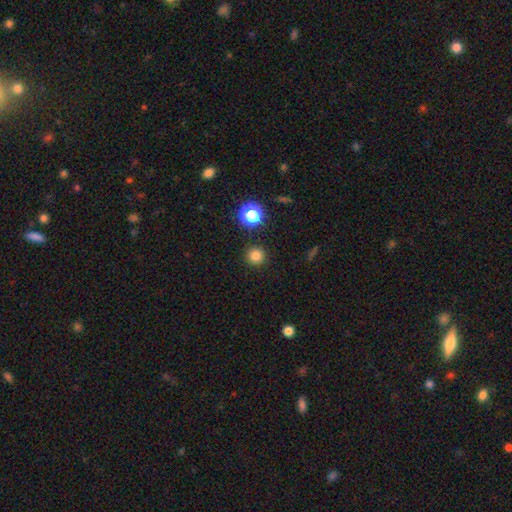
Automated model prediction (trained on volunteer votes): Smooth or featured? smooth (80%)
How rounded? round (95%)
Merging? none (91%)